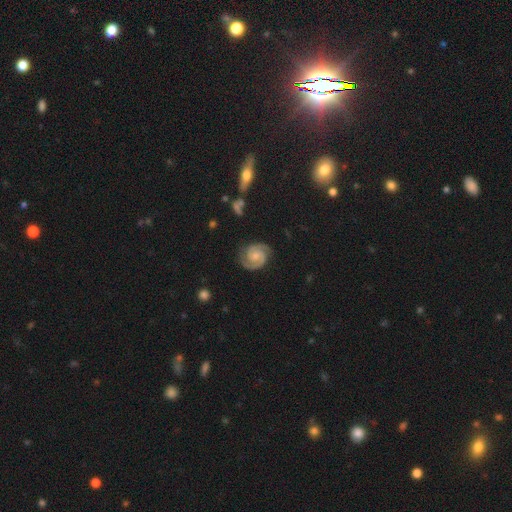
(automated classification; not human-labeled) The model was most divided on "bulge size": small: 45%, moderate: 34%, none: 17%, large: 3%, dominant: 1%. More confident: spiral arms — yes (98%); edge-on disk — no (98%); spiral arm count — 2 (93%); smooth or featured — featured or disk (91%); merging — none (83%); bar — no (64%); spiral winding — tight (60%).